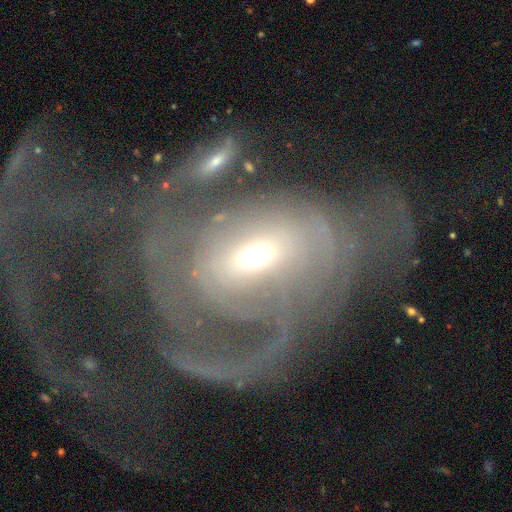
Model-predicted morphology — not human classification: Smooth or featured? featured or disk (73%)
Edge-on disk? no (95%)
Bar? no (57%)
Spiral arms? yes (65%)
Bulge size? moderate (54%)
Merging? major disturbance (55%)